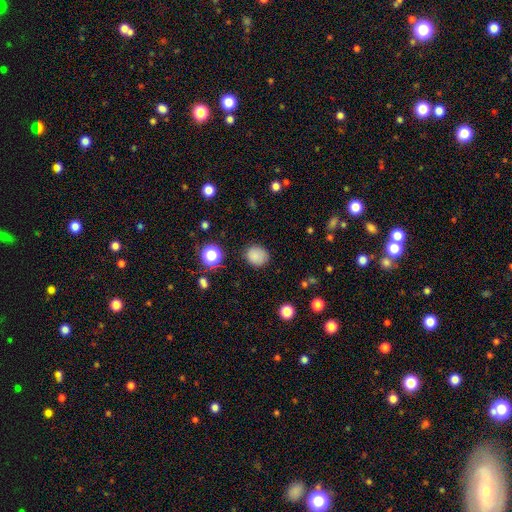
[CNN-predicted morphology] Smooth or featured? smooth (83%)
How rounded? round (71%)
Merging? none (81%)